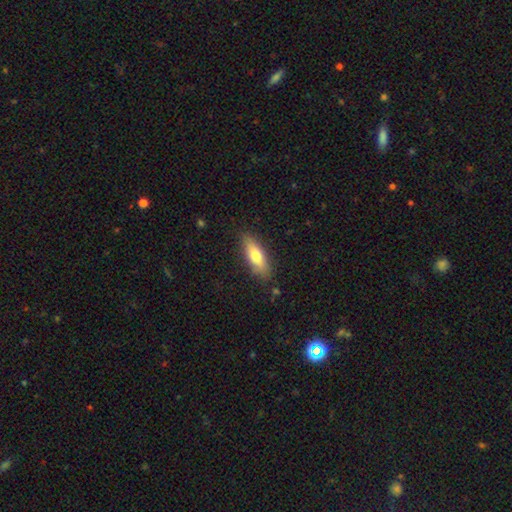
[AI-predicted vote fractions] A smooth galaxy with no disk features (73%) that is in between round and cigar-shaped (56%).

Vote fractions:
- Smooth or featured? smooth: 73% / featured or disk: 21% / star or artifact: 6%
- How rounded? in between: 56% / cigar-shaped: 42% / round: 2%
- Merging? none: 83% / minor disturbance: 13% / major disturbance: 3% / merger: 2%